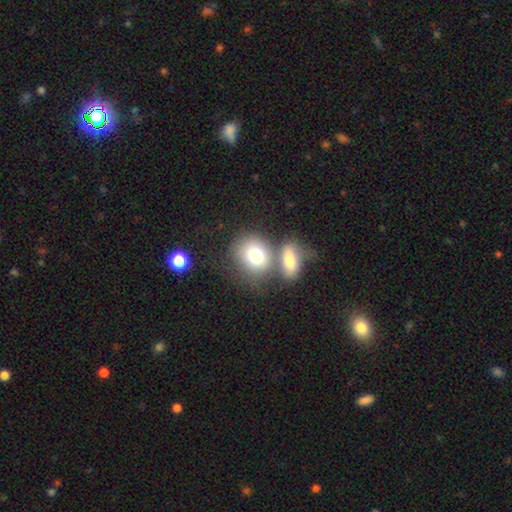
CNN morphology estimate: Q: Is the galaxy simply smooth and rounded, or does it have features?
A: smooth — 77%.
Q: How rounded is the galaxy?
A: round — 61%.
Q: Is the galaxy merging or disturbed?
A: none — 50%.